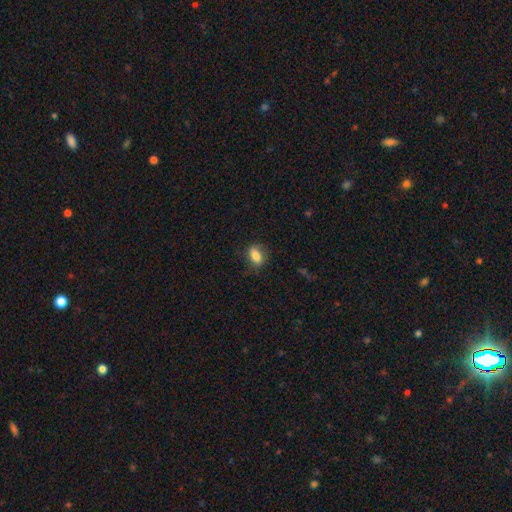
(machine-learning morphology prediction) Smooth or featured?
  - smooth: 83% *
  - featured or disk: 9%
  - star or artifact: 8%
How rounded?
  - in between: 83% *
  - round: 14%
  - cigar-shaped: 4%
Merging?
  - none: 74% *
  - minor disturbance: 19%
  - major disturbance: 6%
  - merger: 1%